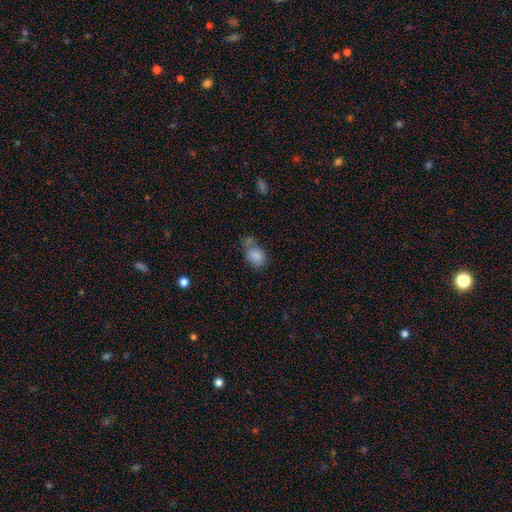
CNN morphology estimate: The model was most divided on "merging": none: 39%, merger: 26%, minor disturbance: 22%, major disturbance: 12%. More confident: smooth or featured — smooth (83%); how rounded — in between (67%).